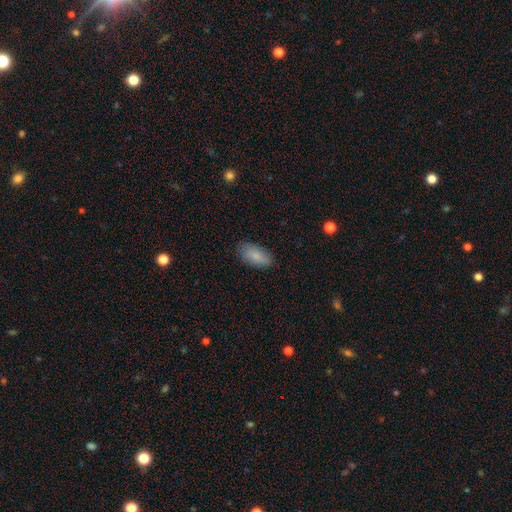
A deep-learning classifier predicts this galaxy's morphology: The model was most divided on "merging": none: 84%, minor disturbance: 12%, major disturbance: 3%, merger: 1%. More confident: how rounded — in between (92%); smooth or featured — smooth (86%).